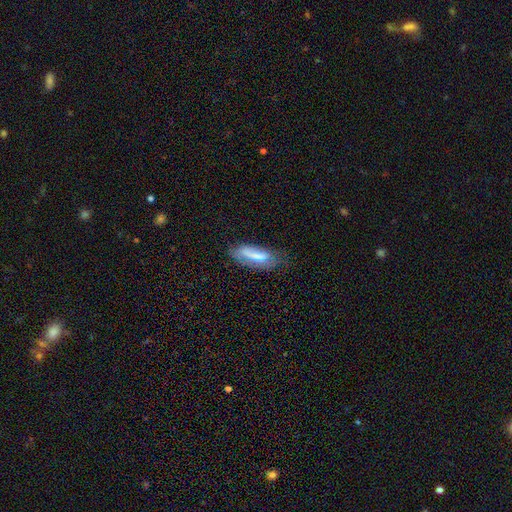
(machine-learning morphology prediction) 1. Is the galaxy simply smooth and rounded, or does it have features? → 58% smooth, 34% featured or disk, 8% star or artifact.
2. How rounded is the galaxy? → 56% in between, 42% cigar-shaped, 2% round.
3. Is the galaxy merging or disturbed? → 54% none, 30% minor disturbance, 13% major disturbance, 3% merger.